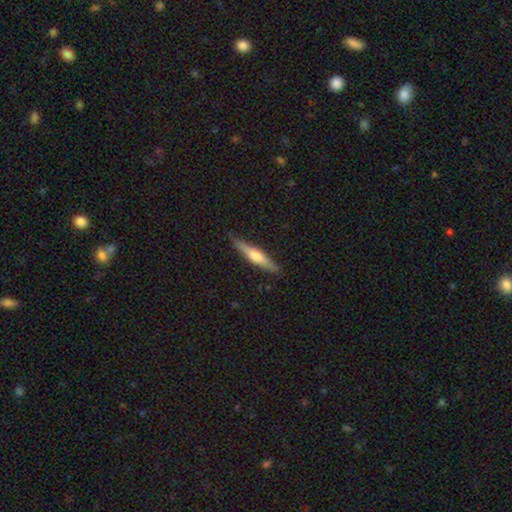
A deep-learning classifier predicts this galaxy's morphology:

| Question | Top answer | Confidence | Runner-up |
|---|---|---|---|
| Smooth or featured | smooth | 48% | featured or disk (47%) |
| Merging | none | 85% | minor disturbance (12%) |